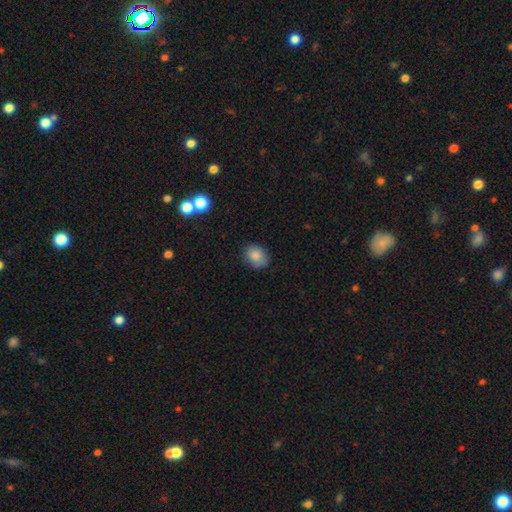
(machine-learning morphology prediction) Smooth or featured? Predicted: smooth (p=0.84). How rounded? Predicted: round (p=0.52). Merging? Predicted: none (p=0.77).